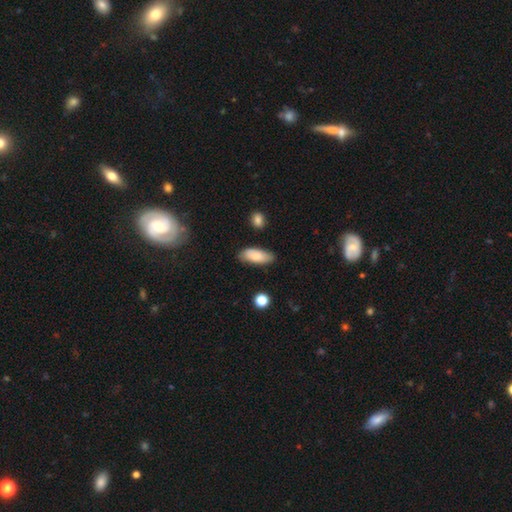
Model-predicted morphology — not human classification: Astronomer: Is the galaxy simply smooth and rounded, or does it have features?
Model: smooth — 82%.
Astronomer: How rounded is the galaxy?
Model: in between — 81%.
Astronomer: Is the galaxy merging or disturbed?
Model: none — 80%.